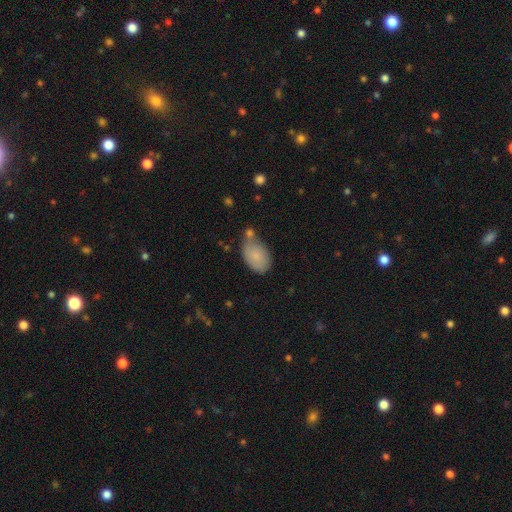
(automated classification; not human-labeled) A smooth galaxy with no disk features (82%) that is in between round and cigar-shaped (90%). Merging: none (48%).